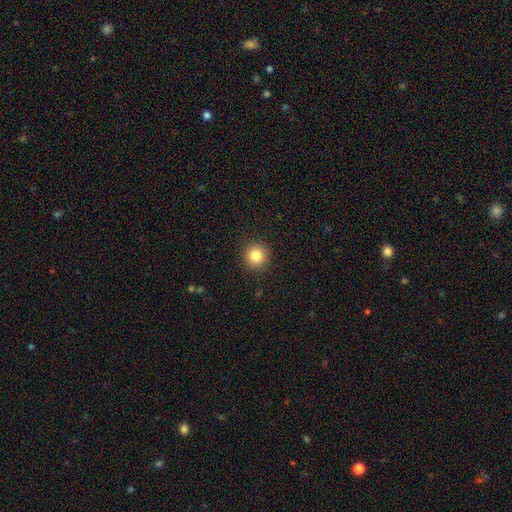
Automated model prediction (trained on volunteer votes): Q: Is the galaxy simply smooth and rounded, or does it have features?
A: smooth — 82%.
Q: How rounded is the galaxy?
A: round — 95%.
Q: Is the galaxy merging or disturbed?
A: none — 92%.